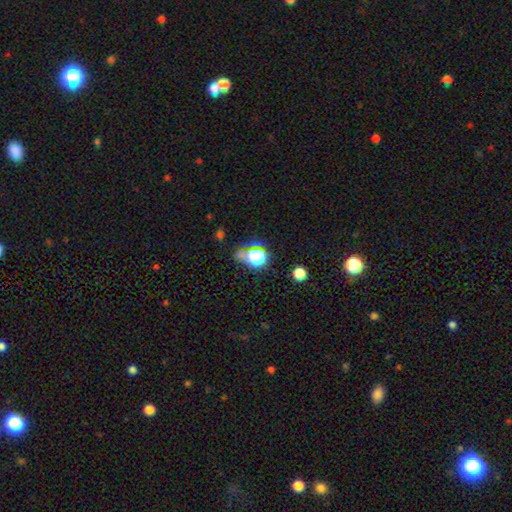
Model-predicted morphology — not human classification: This appears to be a smooth galaxy with no disk features (46%). Merging: none (64%).